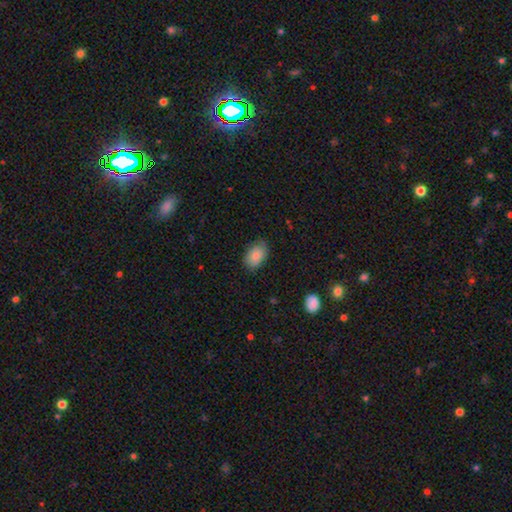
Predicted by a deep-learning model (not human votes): This is clearly a smooth galaxy (85%). How rounded: clearly in between (90%). Merging: likely none (76%).